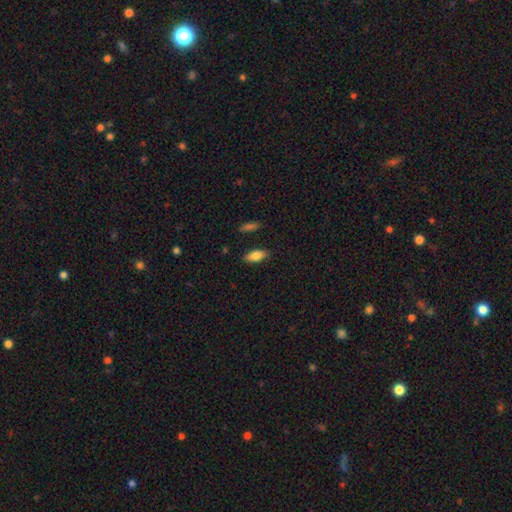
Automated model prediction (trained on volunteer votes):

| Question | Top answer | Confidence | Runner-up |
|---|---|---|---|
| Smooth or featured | smooth | 83% | featured or disk (10%) |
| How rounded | in between | 83% | cigar-shaped (15%) |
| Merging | none | 85% | minor disturbance (11%) |